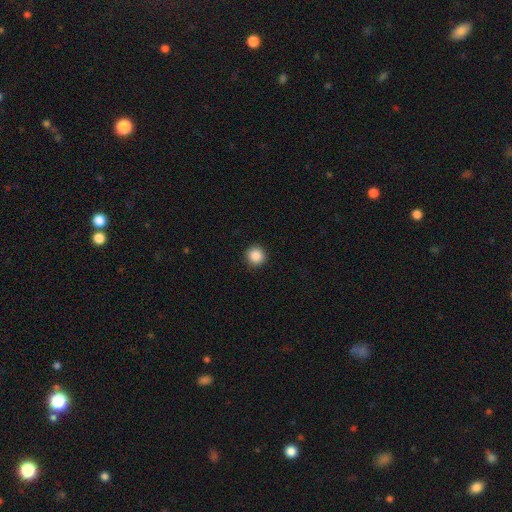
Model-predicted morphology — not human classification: Smooth or featured? Predicted: smooth (p=0.87). How rounded? Predicted: round (p=0.95). Merging? Predicted: none (p=0.92).